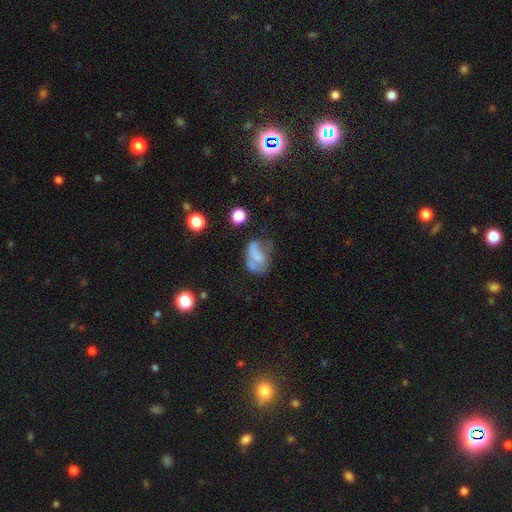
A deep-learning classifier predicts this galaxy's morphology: Smooth or featured? smooth (46%)
Merging? major disturbance (33%)